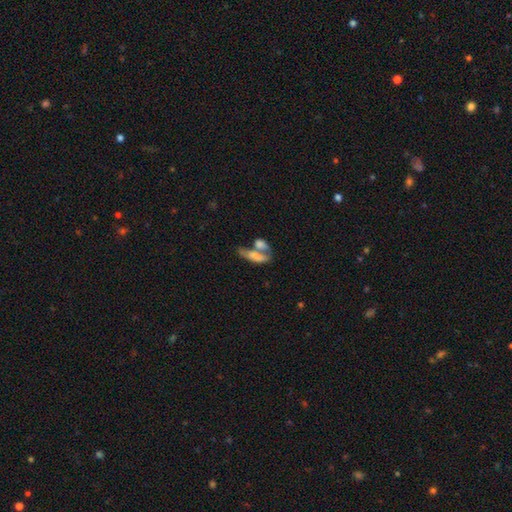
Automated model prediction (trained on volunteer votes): smooth 67%, featured or disk 24%, star or artifact 9%. Down the decision tree: how rounded — in between (78%); merging — merger (62%).